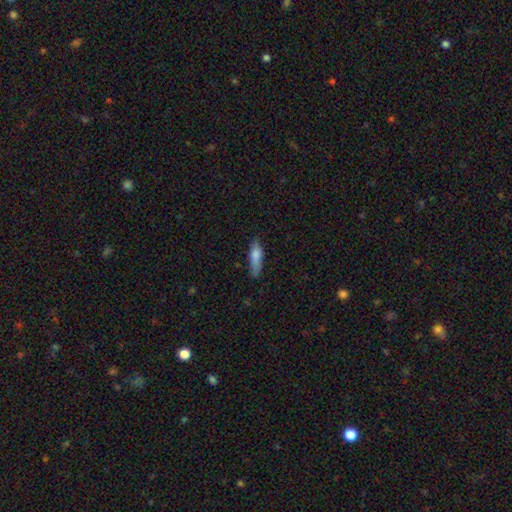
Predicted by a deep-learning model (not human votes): Smooth or featured?
  - smooth: 78% *
  - featured or disk: 15%
  - star or artifact: 7%
How rounded?
  - cigar-shaped: 61% *
  - in between: 37%
  - round: 2%
Merging?
  - none: 72% *
  - minor disturbance: 22%
  - major disturbance: 4%
  - merger: 2%